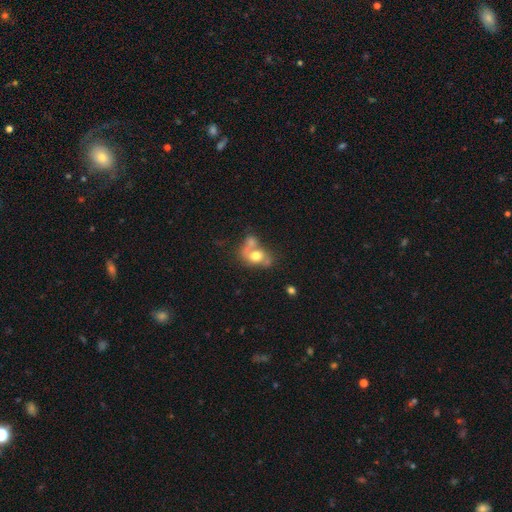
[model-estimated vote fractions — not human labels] smooth 55%, featured or disk 34%, star or artifact 10%. Down the decision tree: how rounded — in between (62%); merging — merger (45%).